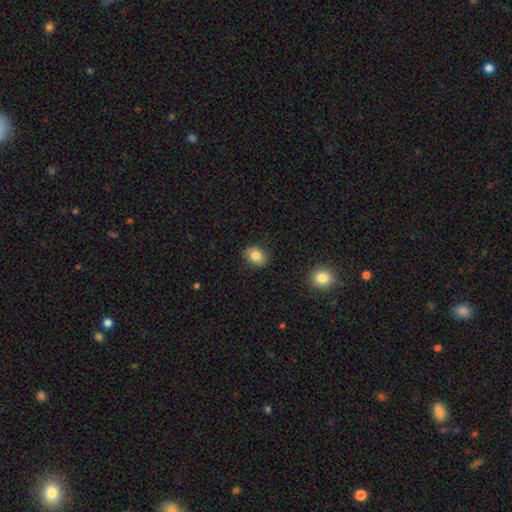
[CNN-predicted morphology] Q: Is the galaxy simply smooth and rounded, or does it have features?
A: smooth — 82%.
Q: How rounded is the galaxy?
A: in between — 55%.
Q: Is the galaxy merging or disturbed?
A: none — 86%.